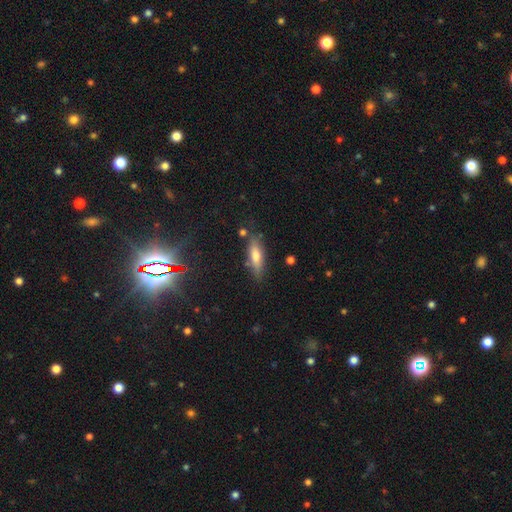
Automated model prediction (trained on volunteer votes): This is likely a smooth galaxy (65%). How rounded: possibly cigar-shaped (54%). Merging: likely none (76%).